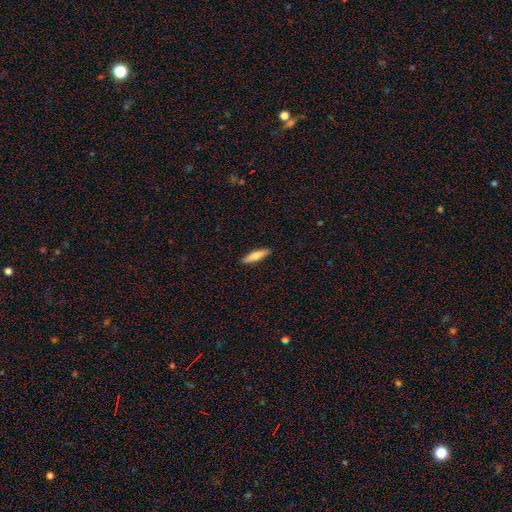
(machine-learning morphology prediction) A smooth galaxy with no disk features (70%) that is cigar-shaped (75%). Merging: none (90%).